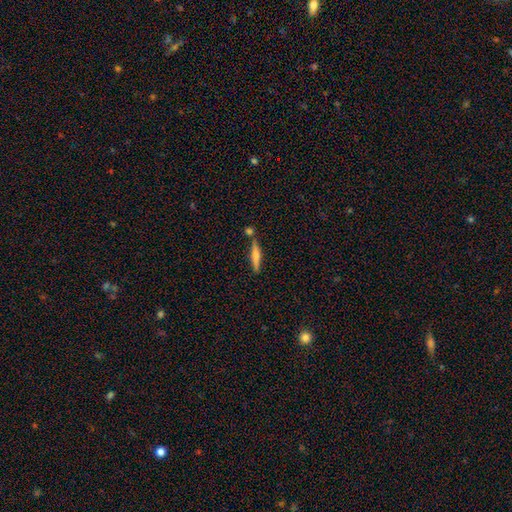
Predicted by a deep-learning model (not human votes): Q: Smooth or featured?
A: smooth (54%); runner-up: featured or disk (40%)
Q: How rounded?
A: cigar-shaped (86%); runner-up: in between (12%)
Q: Merging?
A: none (74%); runner-up: merger (13%)